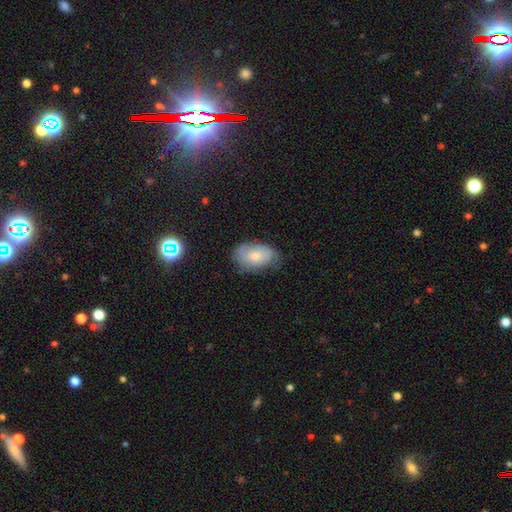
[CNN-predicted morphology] This is possibly a smooth galaxy (54%). How rounded: clearly in between (90%). Merging: possibly none (60%).